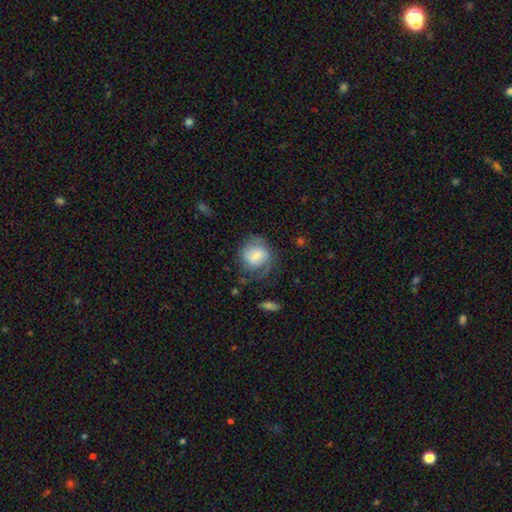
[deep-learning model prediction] Q: Smooth or featured?
A: smooth (60%); runner-up: featured or disk (32%)
Q: How rounded?
A: round (70%); runner-up: in between (29%)
Q: Merging?
A: none (54%); runner-up: minor disturbance (25%)